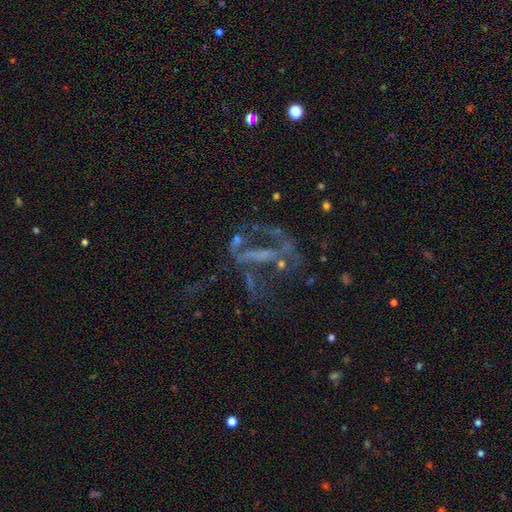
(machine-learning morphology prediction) Q: Smooth or featured?
A: featured or disk (55%); runner-up: star or artifact (34%)
Q: Edge-on disk?
A: no (93%); runner-up: yes (7%)
Q: Bar?
A: no (44%); runner-up: strong (28%)
Q: Spiral arms?
A: yes (54%); runner-up: no (46%)
Q: Bulge size?
A: none (59%); runner-up: small (28%)
Q: Merging?
A: none (41%); runner-up: major disturbance (36%)